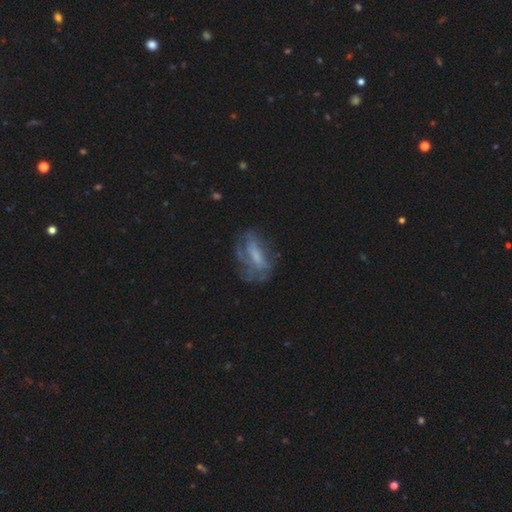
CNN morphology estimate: Smooth or featured? Predicted: featured or disk (p=0.53). Edge-on disk? Predicted: no (p=0.91). Merging? Predicted: none (p=0.51).